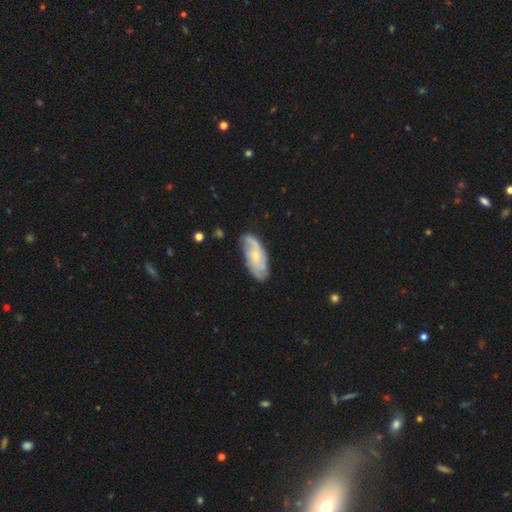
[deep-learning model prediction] Smooth or featured? featured or disk (65%)
Edge-on disk? no (92%)
Bar? no (69%)
Spiral arms? yes (90%)
Spiral winding? medium (42%)
Spiral arm count? 2 (45%)
Bulge size? small (67%)
Merging? none (70%)